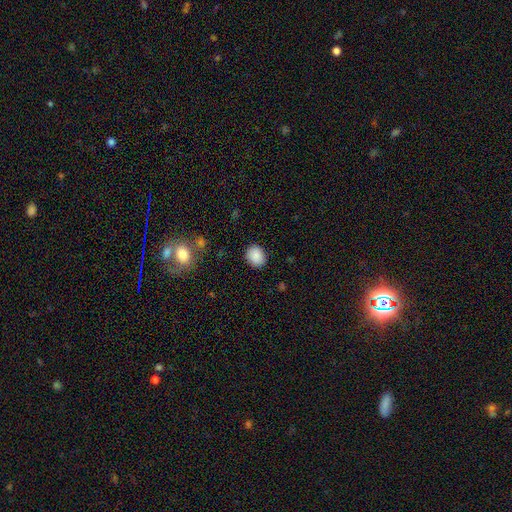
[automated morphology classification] smooth-or-featured: smooth: 89% | star or artifact: 8% | featured or disk: 4%
  how-rounded: round: 59% | in between: 40% | cigar-shaped: 1%
  merging: none: 87% | minor disturbance: 9% | major disturbance: 2% | merger: 1%